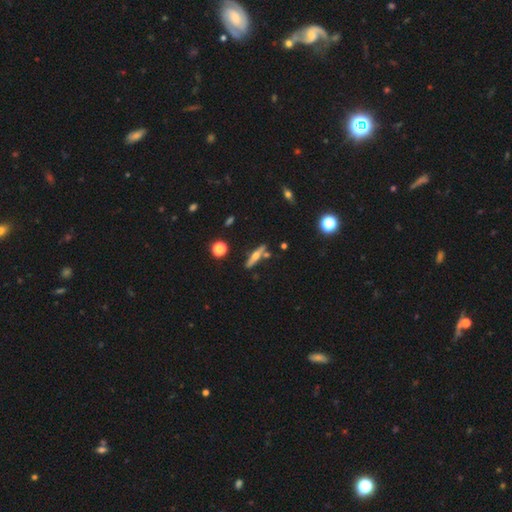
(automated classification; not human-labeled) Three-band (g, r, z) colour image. It shows a featured or disk galaxy (64%) viewed edge-on (95%) with a rounded central bulge (93%). Merging: none (76%).